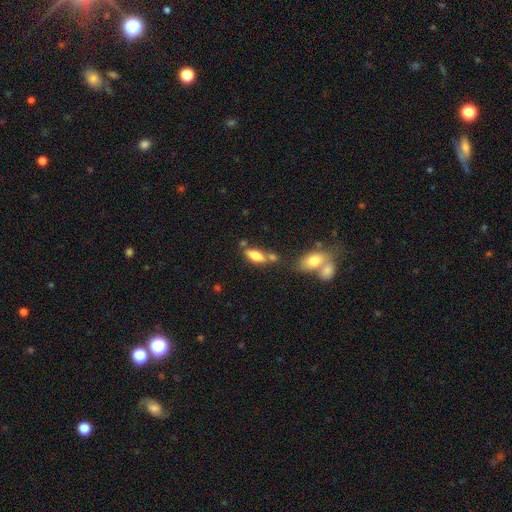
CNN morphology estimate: smooth 70%, featured or disk 22%, star or artifact 8%. Down the decision tree: how rounded — in between (75%); merging — none (54%).